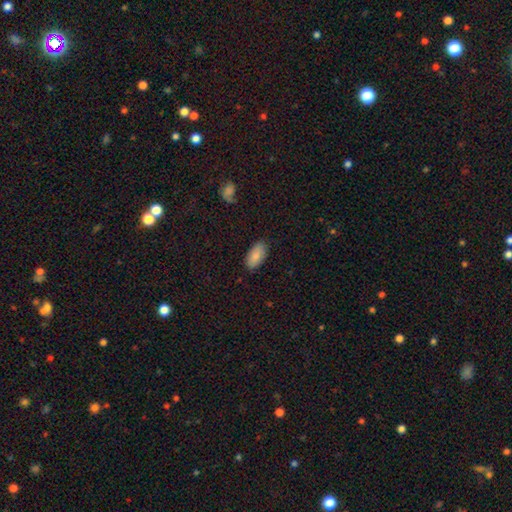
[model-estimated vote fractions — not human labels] smooth-or-featured: smooth: 86% | featured or disk: 8% | star or artifact: 6%
  how-rounded: in between: 92% | cigar-shaped: 5% | round: 2%
  merging: none: 85% | minor disturbance: 11% | major disturbance: 2% | merger: 1%